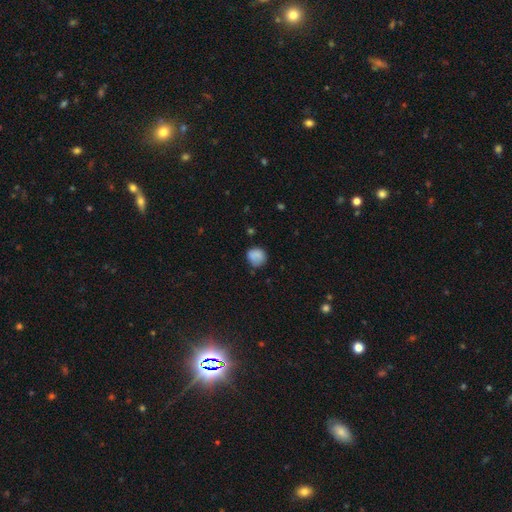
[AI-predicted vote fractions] Smooth or featured?
  - smooth: 83% *
  - star or artifact: 9%
  - featured or disk: 8%
How rounded?
  - round: 84% *
  - in between: 15%
  - cigar-shaped: 1%
Merging?
  - none: 68% *
  - minor disturbance: 24%
  - major disturbance: 5%
  - merger: 3%